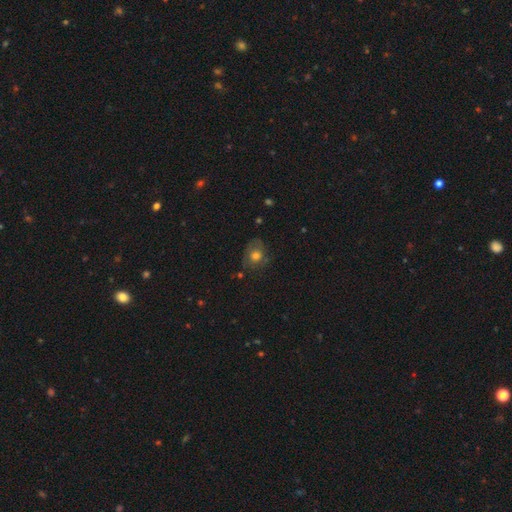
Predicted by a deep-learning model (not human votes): A smooth galaxy with no disk features (62%) that is round (57%).

Vote fractions:
- Smooth or featured? smooth: 62% / featured or disk: 26% / star or artifact: 12%
- How rounded? round: 57% / in between: 41% / cigar-shaped: 1%
- Merging? none: 59% / minor disturbance: 26% / major disturbance: 12% / merger: 3%